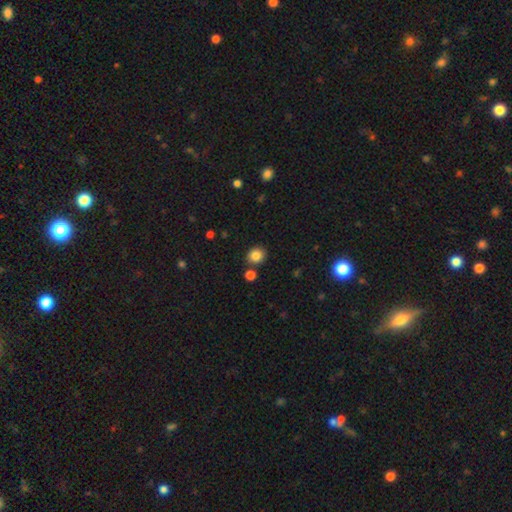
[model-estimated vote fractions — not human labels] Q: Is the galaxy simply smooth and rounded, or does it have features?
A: smooth — 84%.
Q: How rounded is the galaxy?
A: round — 81%.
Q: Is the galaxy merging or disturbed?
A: none — 81%.